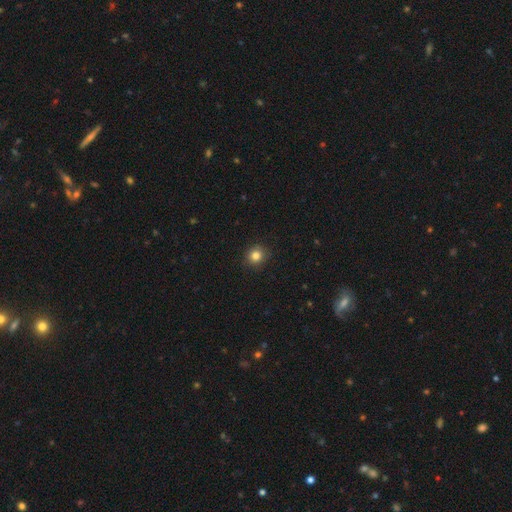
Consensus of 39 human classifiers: smooth 90%, featured or disk 8%, star or artifact 3%. Down the decision tree: how rounded — round (83%); merging — none (87%).